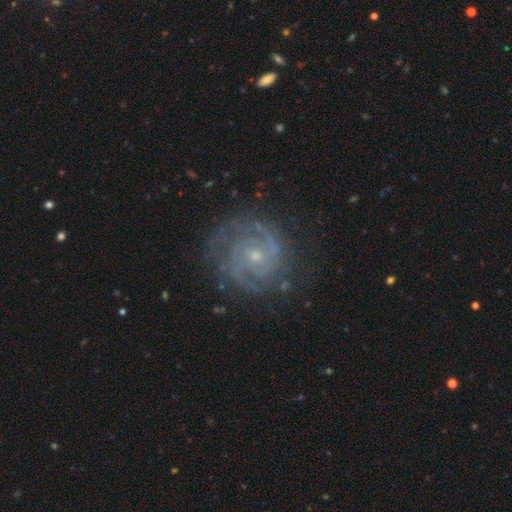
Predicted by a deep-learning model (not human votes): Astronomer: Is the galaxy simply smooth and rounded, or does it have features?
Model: featured or disk — 87%.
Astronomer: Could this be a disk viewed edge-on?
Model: no — 98%.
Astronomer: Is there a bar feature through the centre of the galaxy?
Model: no — 67%.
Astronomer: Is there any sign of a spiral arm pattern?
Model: yes — 97%.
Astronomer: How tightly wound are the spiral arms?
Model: tight — 61%.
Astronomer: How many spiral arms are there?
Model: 2 — 57%.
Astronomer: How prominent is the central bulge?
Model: small — 71%.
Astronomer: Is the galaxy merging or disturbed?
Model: none — 78%.